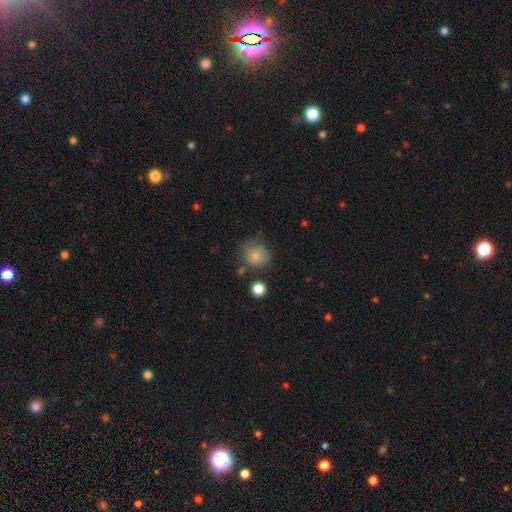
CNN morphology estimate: smooth-or-featured: smooth: 76% | featured or disk: 15% | star or artifact: 10%
  how-rounded: round: 79% | in between: 20% | cigar-shaped: 1%
  merging: none: 58% | minor disturbance: 26% | major disturbance: 10% | merger: 6%